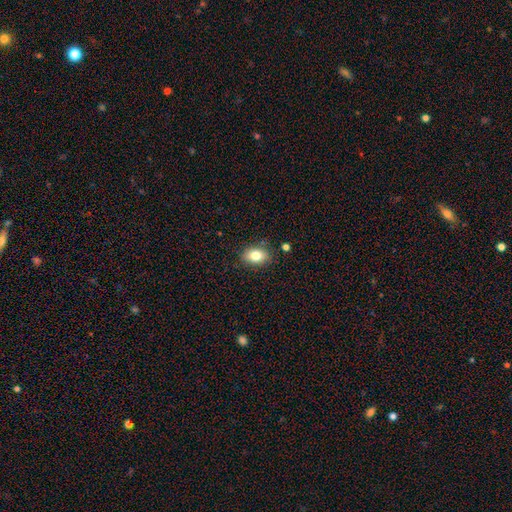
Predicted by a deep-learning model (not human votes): A smooth galaxy with no disk features (81%) that is in between round and cigar-shaped (79%). Merging: none (83%).